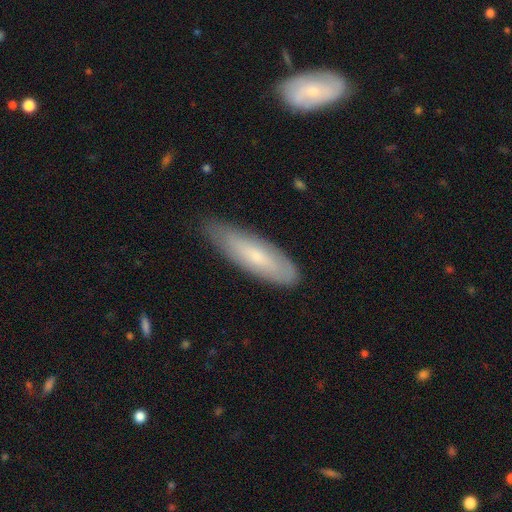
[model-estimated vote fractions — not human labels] smooth_or_featured: smooth (p=0.62) [alt: featured or disk p=0.32]
how_rounded: cigar-shaped (p=0.54) [alt: in between p=0.44]
merging: none (p=0.76) [alt: minor disturbance p=0.19]